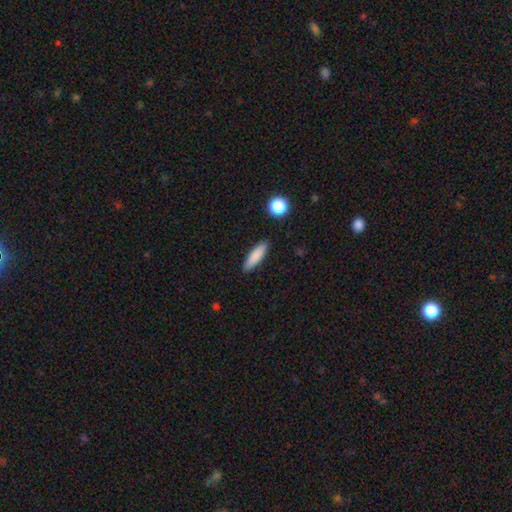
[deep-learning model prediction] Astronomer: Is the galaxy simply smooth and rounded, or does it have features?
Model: smooth — 84%.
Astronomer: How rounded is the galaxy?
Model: cigar-shaped — 64%.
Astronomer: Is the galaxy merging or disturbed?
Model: none — 89%.